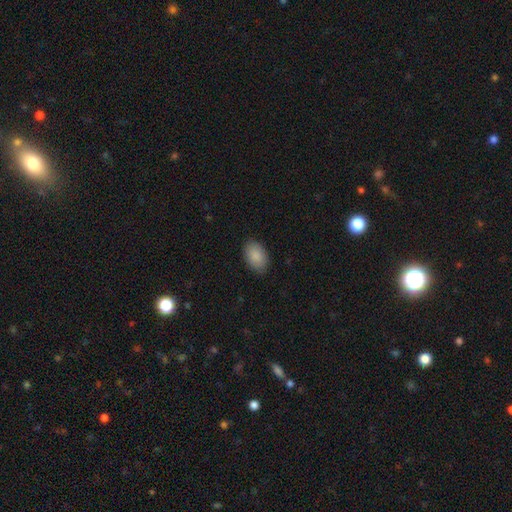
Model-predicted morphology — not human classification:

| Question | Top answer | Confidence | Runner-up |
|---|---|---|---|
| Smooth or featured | smooth | 89% | star or artifact (6%) |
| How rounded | in between | 91% | round (8%) |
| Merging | none | 87% | minor disturbance (10%) |